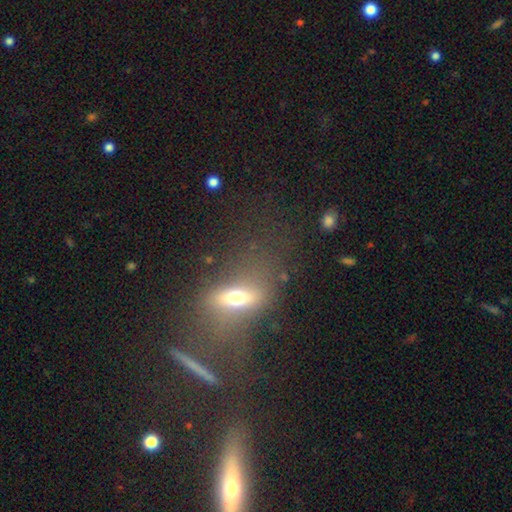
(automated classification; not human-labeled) Q: Smooth or featured?
A: featured or disk (42%); runner-up: smooth (32%)
Q: Merging?
A: none (43%); runner-up: major disturbance (21%)